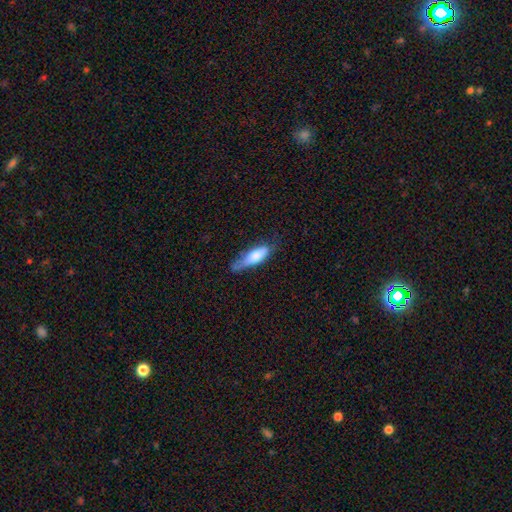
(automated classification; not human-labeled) Smooth or featured? Predicted: smooth (p=0.74). How rounded? Predicted: in between (p=0.51). Merging? Predicted: none (p=0.43).